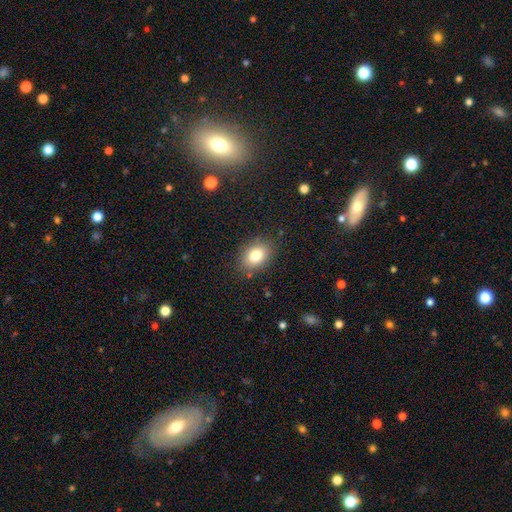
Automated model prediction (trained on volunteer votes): smooth_or_featured: smooth (p=0.80) [alt: star or artifact p=0.10]
how_rounded: in between (p=0.72) [alt: round p=0.27]
merging: none (p=0.83) [alt: minor disturbance p=0.12]